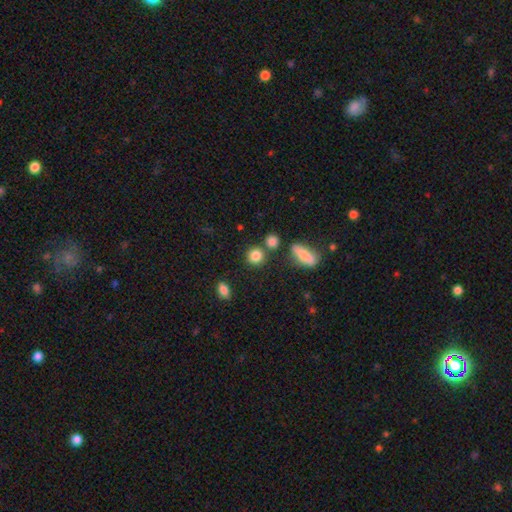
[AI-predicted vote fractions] Smooth or featured: smooth — 84% (star or artifact — 11%)
How rounded: round — 83% (in between — 15%)
Merging: none — 73% (merger — 14%)